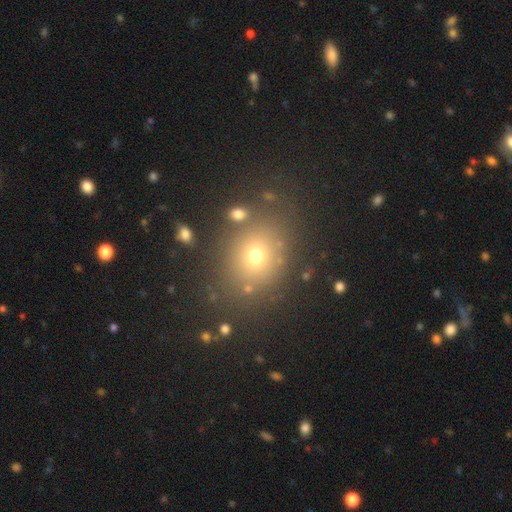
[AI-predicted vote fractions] A smooth galaxy with no disk features (64%) that is round (61%). Merging: none (82%).